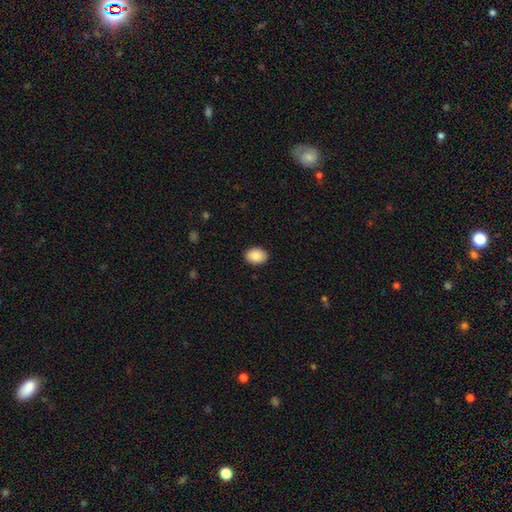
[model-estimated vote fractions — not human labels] smooth 89%, star or artifact 7%, featured or disk 4%. Down the decision tree: how rounded — in between (78%); merging — none (90%).